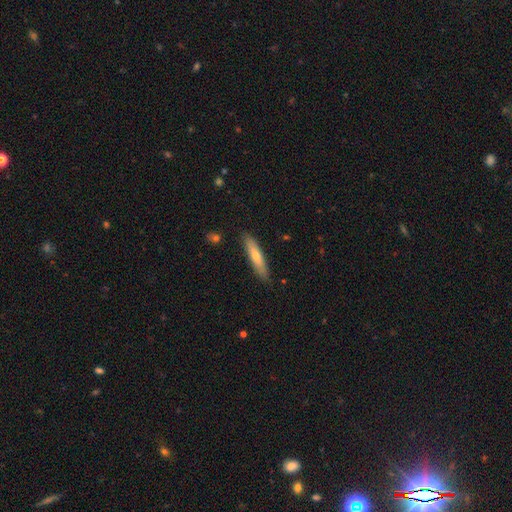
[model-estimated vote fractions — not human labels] Smooth or featured? smooth (54%)
How rounded? cigar-shaped (89%)
Merging? none (89%)